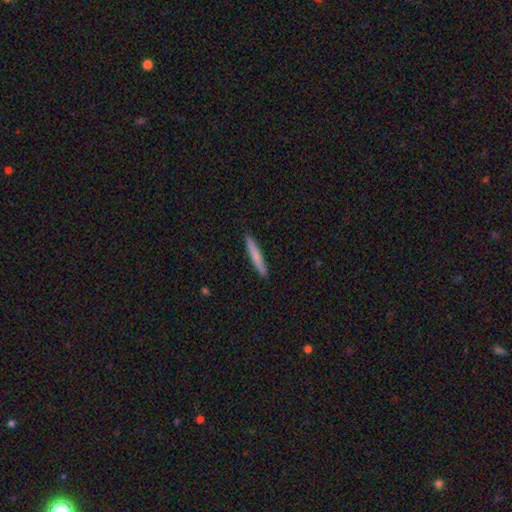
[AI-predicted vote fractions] Smooth or featured? smooth (72%)
How rounded? cigar-shaped (96%)
Merging? none (91%)